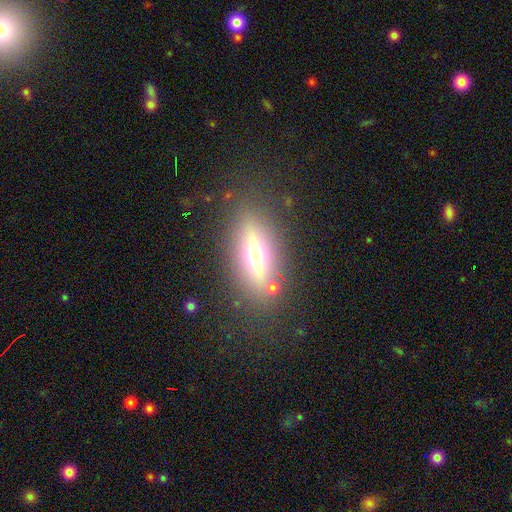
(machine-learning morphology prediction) This is possibly a smooth galaxy (53%). How rounded: likely in between (65%). Merging: likely none (79%).